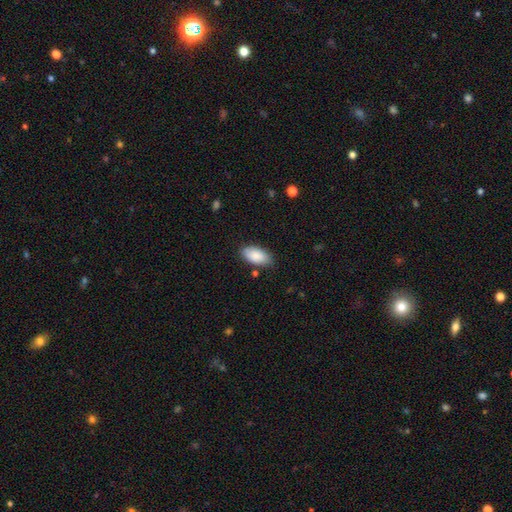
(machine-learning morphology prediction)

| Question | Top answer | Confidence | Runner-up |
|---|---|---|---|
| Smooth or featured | smooth | 87% | featured or disk (7%) |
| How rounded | in between | 94% | cigar-shaped (3%) |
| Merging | none | 81% | minor disturbance (14%) |